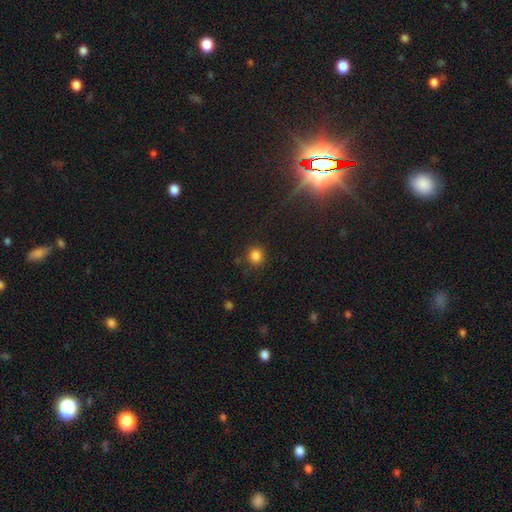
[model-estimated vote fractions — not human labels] Smooth or featured? smooth (84%)
How rounded? round (88%)
Merging? none (87%)